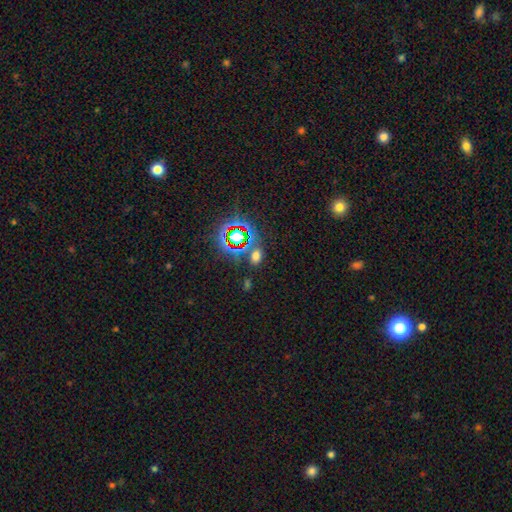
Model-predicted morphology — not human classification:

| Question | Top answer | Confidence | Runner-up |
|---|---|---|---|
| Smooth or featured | smooth | 53% | star or artifact (40%) |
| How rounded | in between | 73% | round (25%) |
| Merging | none | 75% | minor disturbance (11%) |